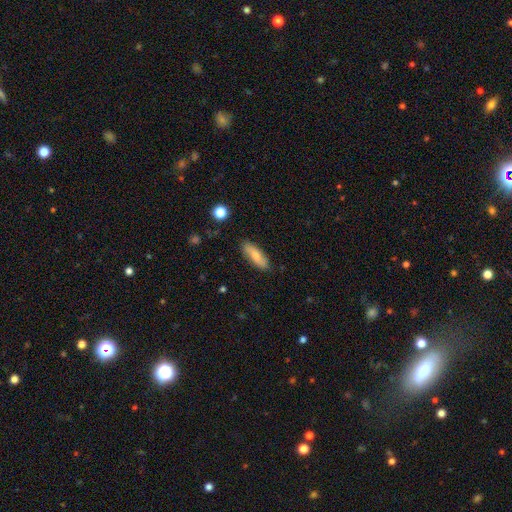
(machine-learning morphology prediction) Smooth or featured?
  - smooth: 74% *
  - featured or disk: 20%
  - star or artifact: 6%
How rounded?
  - in between: 56% *
  - cigar-shaped: 42%
  - round: 2%
Merging?
  - none: 85% *
  - minor disturbance: 11%
  - major disturbance: 2%
  - merger: 1%